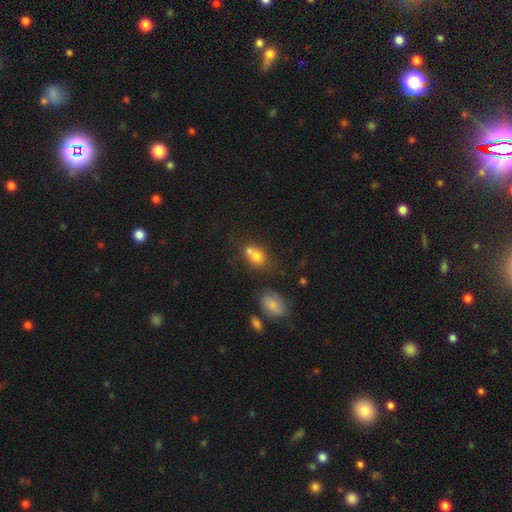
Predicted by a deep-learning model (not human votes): A smooth galaxy with no disk features (72%) that is in between round and cigar-shaped (50%).

Vote fractions:
- Smooth or featured? smooth: 72% / featured or disk: 15% / star or artifact: 13%
- How rounded? in between: 50% / round: 48% / cigar-shaped: 2%
- Merging? merger: 49% / none: 34% / minor disturbance: 11% / major disturbance: 6%